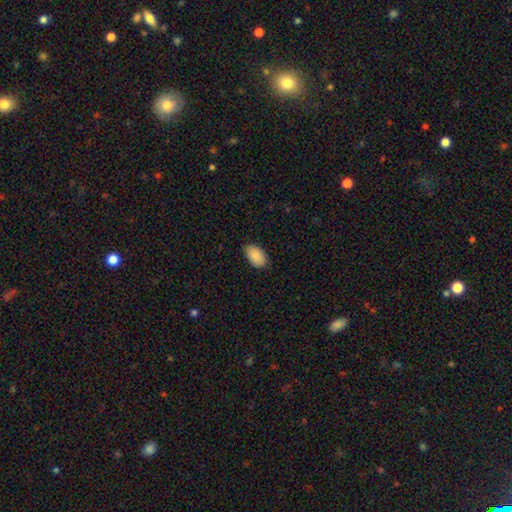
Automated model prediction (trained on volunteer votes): A smooth galaxy with no disk features (90%) that is in between round and cigar-shaped (92%).

Vote fractions:
- Smooth or featured? smooth: 90% / star or artifact: 7% / featured or disk: 4%
- How rounded? in between: 92% / round: 7% / cigar-shaped: 1%
- Merging? none: 82% / minor disturbance: 14% / major disturbance: 2% / merger: 1%